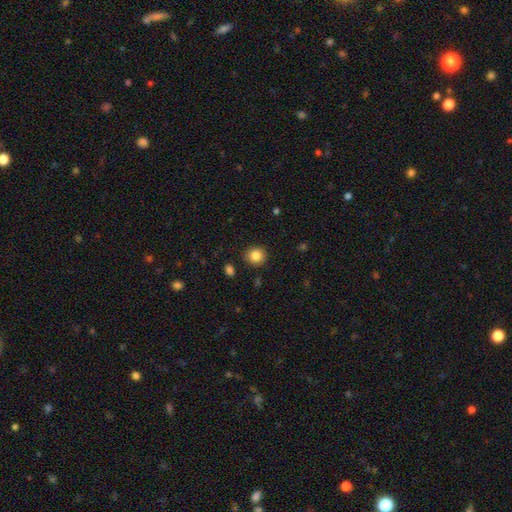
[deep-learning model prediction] Morphology: type=smooth (85%); roundness=round (87%); merging=none (90%).